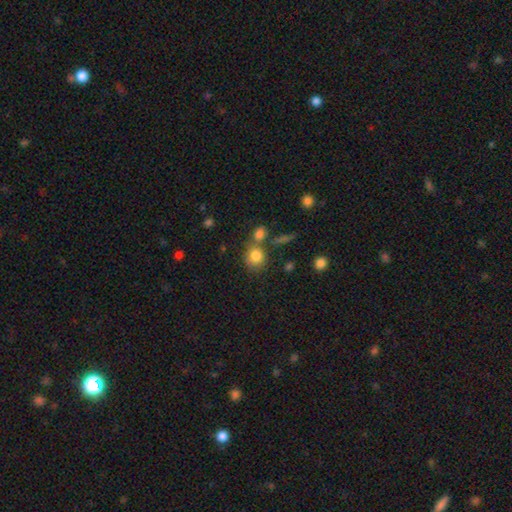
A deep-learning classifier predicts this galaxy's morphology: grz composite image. It shows a smooth galaxy with no disk features (81%) that is round (79%). Merging: none (57%).